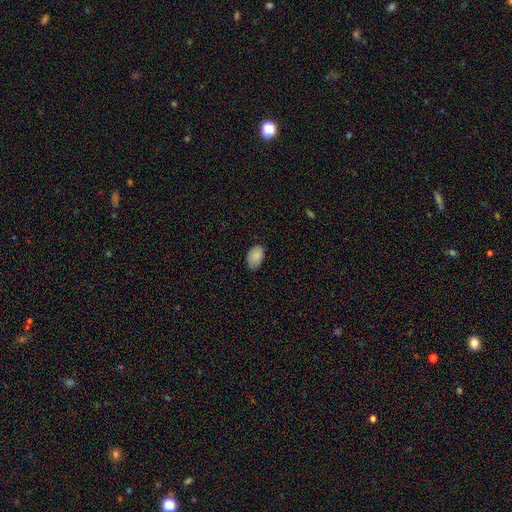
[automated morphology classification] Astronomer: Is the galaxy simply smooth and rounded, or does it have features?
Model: smooth — 86%.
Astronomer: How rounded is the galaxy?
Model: in between — 89%.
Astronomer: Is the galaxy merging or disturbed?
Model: none — 70%.